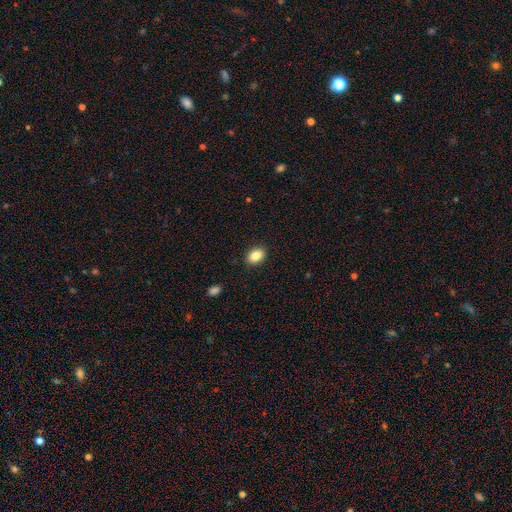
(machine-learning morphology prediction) This appears to be a smooth galaxy with no disk features (86%) that is in between round and cigar-shaped (78%). Merging: none (89%).